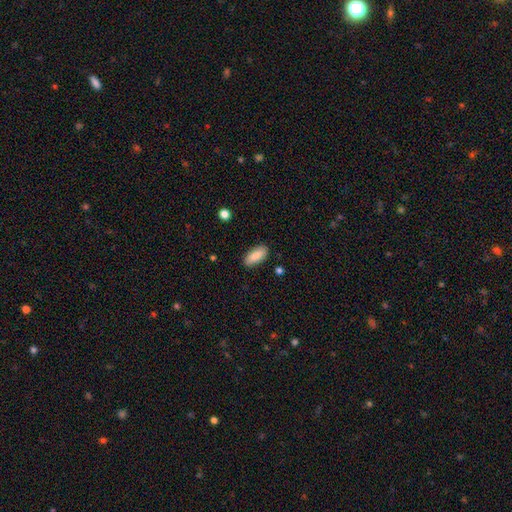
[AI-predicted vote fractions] Morphology: type=smooth (85%); roundness=in between (83%); merging=none (87%).